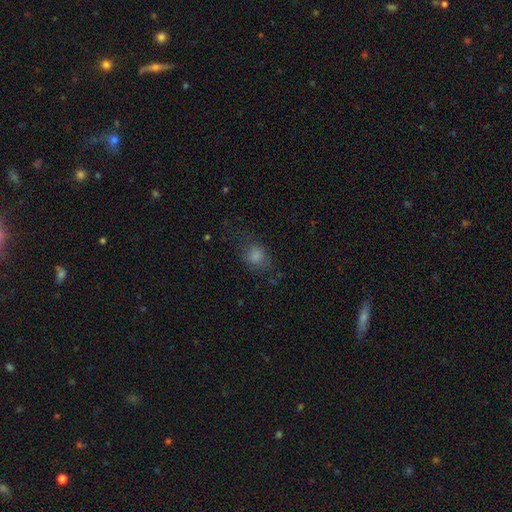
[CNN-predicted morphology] Q: Smooth or featured?
A: smooth (79%); runner-up: star or artifact (12%)
Q: How rounded?
A: round (59%); runner-up: in between (40%)
Q: Merging?
A: none (58%); runner-up: minor disturbance (24%)